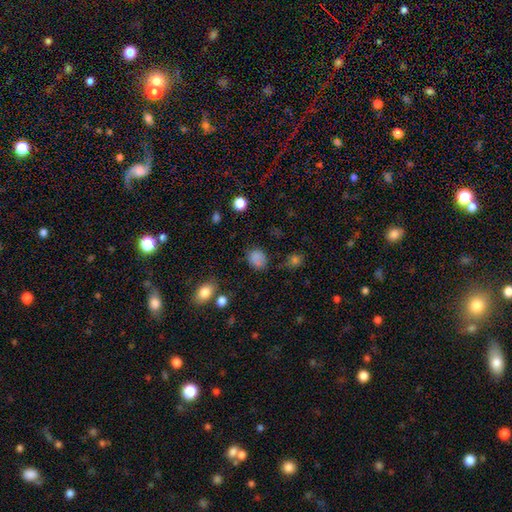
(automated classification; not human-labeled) Overall: smooth (80%). How rounded: round (59%; in between 40%). Merging: none (71%).